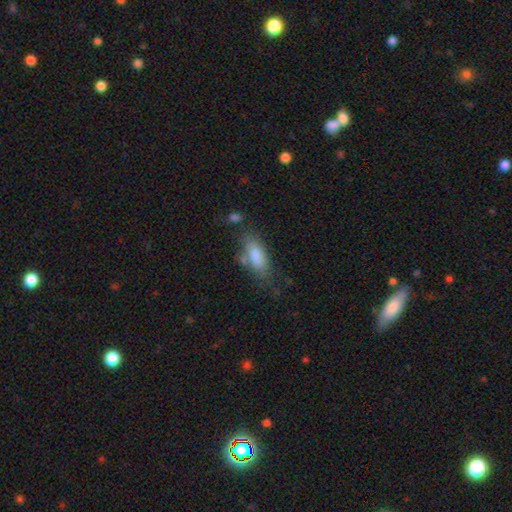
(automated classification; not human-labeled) Overall: smooth (81%). How rounded: in between (84%). Merging: none (54%; minor disturbance 23%).